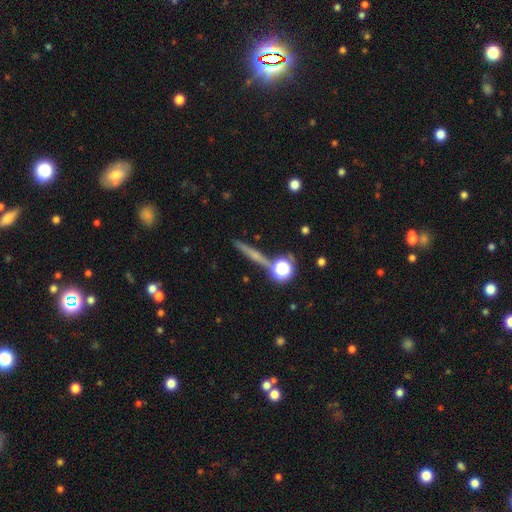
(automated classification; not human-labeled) Smooth or featured?
  - featured or disk: 48% *
  - smooth: 35%
  - star or artifact: 17%
Merging?
  - none: 81% *
  - minor disturbance: 8%
  - merger: 7%
  - major disturbance: 3%